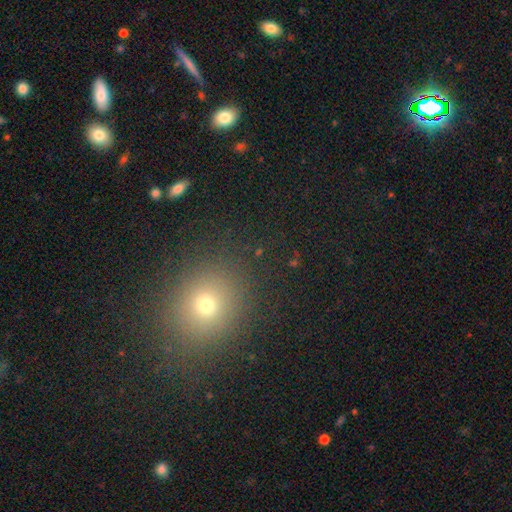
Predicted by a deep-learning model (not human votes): smooth_or_featured: smooth (p=0.62) [alt: star or artifact p=0.30]
how_rounded: round (p=0.70) [alt: in between p=0.29]
merging: none (p=0.89) [alt: minor disturbance p=0.07]